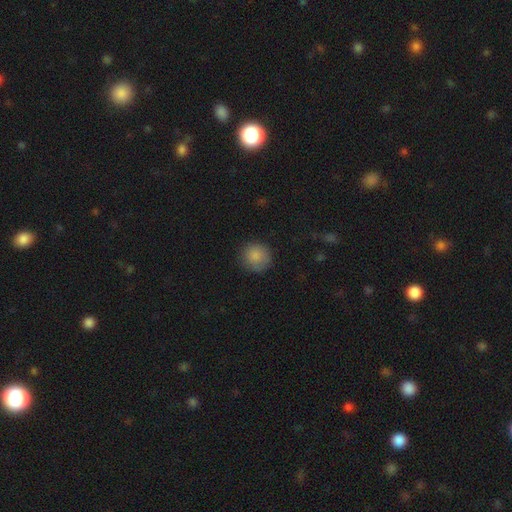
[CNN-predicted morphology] Q: Smooth or featured?
A: smooth (85%); runner-up: star or artifact (9%)
Q: How rounded?
A: round (91%); runner-up: in between (8%)
Q: Merging?
A: none (82%); runner-up: minor disturbance (13%)